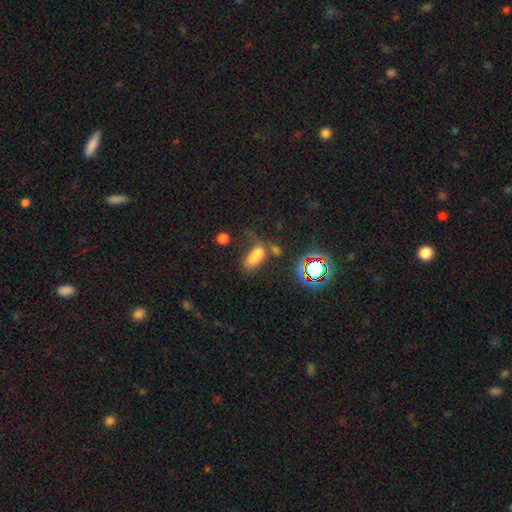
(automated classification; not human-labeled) This is likely a smooth galaxy (70%). How rounded: clearly in between (81%). Merging: marginally none (37%).